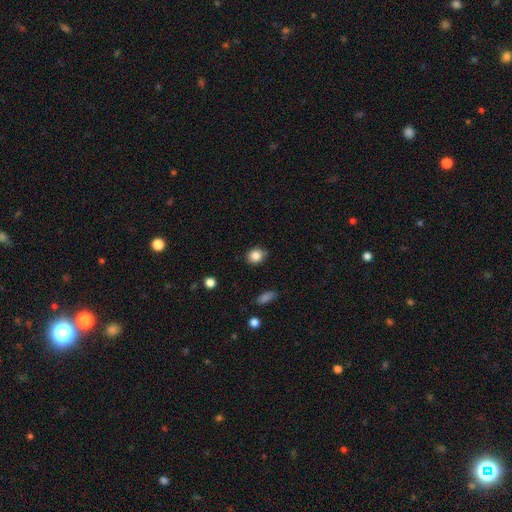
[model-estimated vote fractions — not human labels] Smooth or featured? smooth (85%)
How rounded? round (67%)
Merging? none (82%)